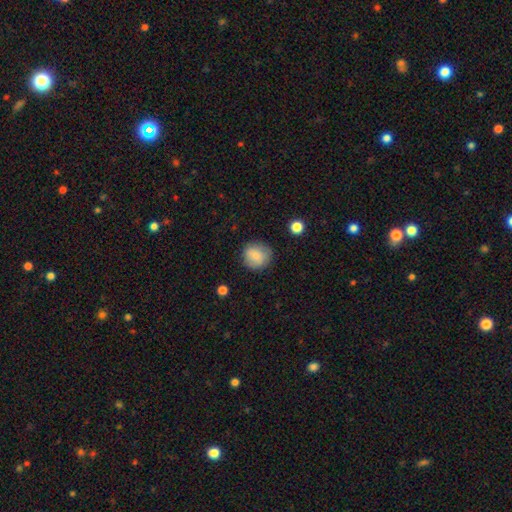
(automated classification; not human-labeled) This is clearly a smooth galaxy (80%). How rounded: clearly round (88%). Merging: clearly none (81%).